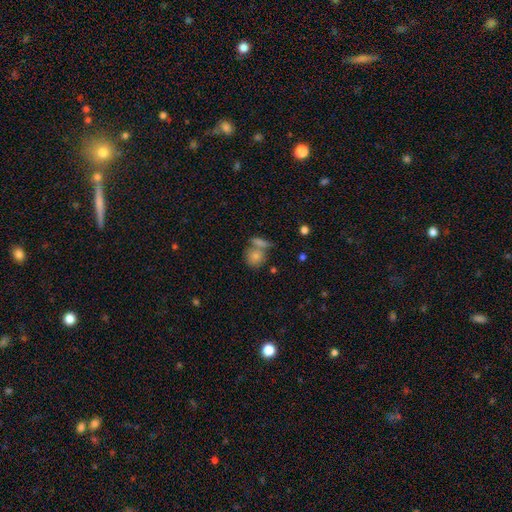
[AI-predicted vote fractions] Overall: smooth (73%). How rounded: round (75%). Merging: none (54%; merger 32%).